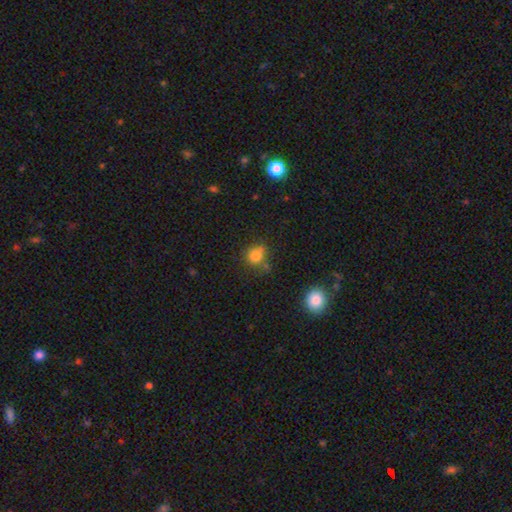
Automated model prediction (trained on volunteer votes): Q: Smooth or featured?
A: smooth (79%); runner-up: star or artifact (13%)
Q: How rounded?
A: round (77%); runner-up: in between (22%)
Q: Merging?
A: none (60%); runner-up: minor disturbance (20%)